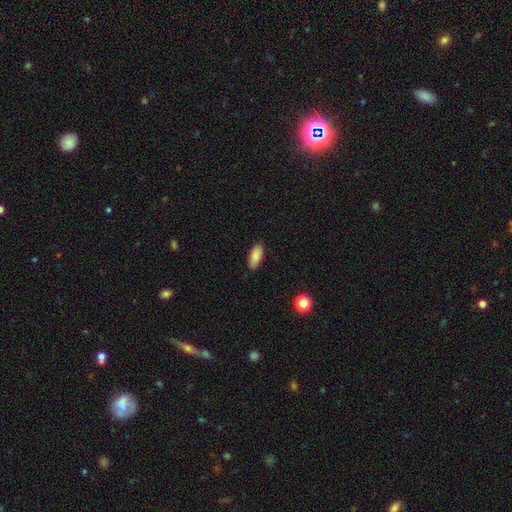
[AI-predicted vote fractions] Overall: smooth (88%). How rounded: in between (85%). Merging: none (87%).